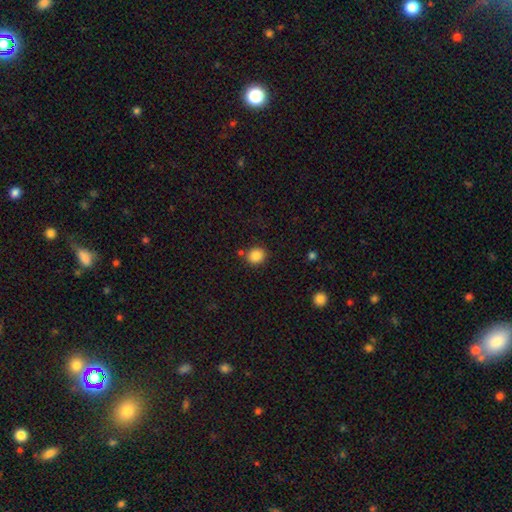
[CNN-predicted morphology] smooth-or-featured: smooth: 86% | star or artifact: 10% | featured or disk: 4%
  how-rounded: round: 81% | in between: 18% | cigar-shaped: 1%
  merging: none: 83% | minor disturbance: 9% | merger: 6% | major disturbance: 3%